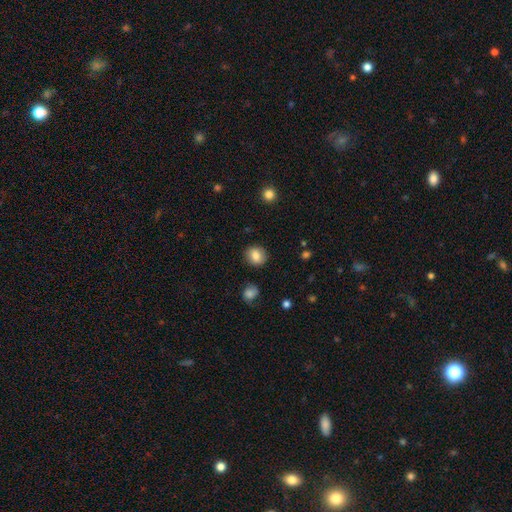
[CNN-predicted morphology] This appears to be a smooth galaxy with no disk features (83%) that is round (74%). Merging: none (88%).